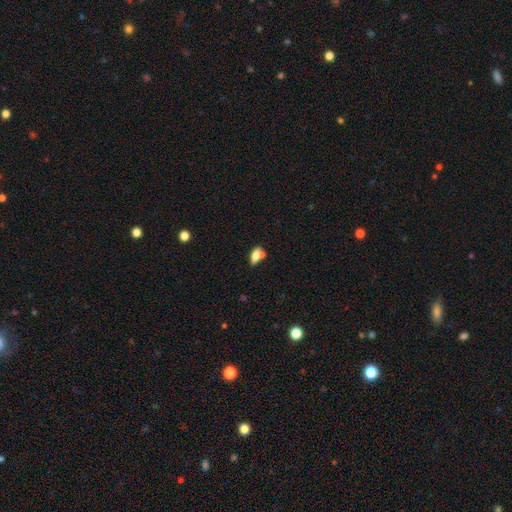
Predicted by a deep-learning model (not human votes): Smooth or featured: smooth — 63% (featured or disk — 28%)
How rounded: in between — 76% (cigar-shaped — 18%)
Merging: none — 50% (merger — 29%)